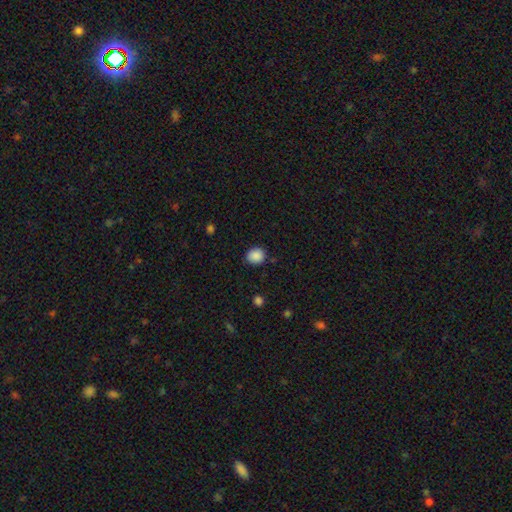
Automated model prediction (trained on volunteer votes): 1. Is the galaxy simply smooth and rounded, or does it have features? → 88% smooth, 9% star or artifact, 3% featured or disk.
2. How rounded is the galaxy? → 74% round, 25% in between, 1% cigar-shaped.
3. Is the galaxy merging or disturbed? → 86% none, 10% minor disturbance, 3% major disturbance, 2% merger.